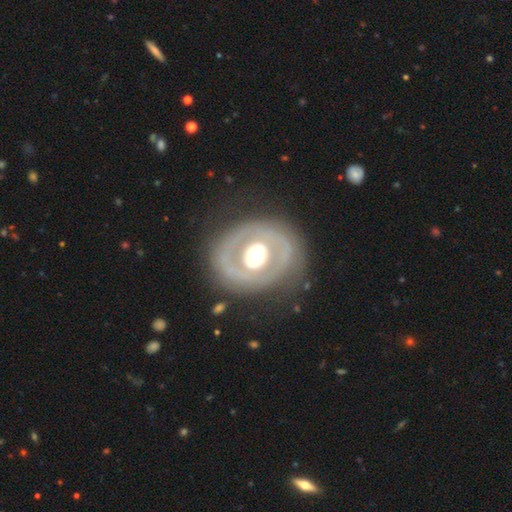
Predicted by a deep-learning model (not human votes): Smooth or featured: featured or disk — 70% (smooth — 25%)
Edge-on disk: no — 95% (yes — 5%)
Bar: no — 69% (weak — 20%)
Spiral arms: no — 69% (yes — 31%)
Bulge size: moderate — 52% (large — 38%)
Merging: none — 80% (minor disturbance — 13%)